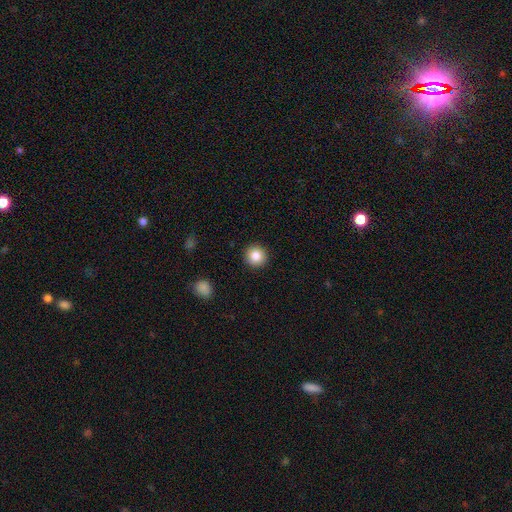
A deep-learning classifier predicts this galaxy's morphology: Smooth or featured? Predicted: smooth (p=0.85). How rounded? Predicted: round (p=0.95). Merging? Predicted: none (p=0.93).